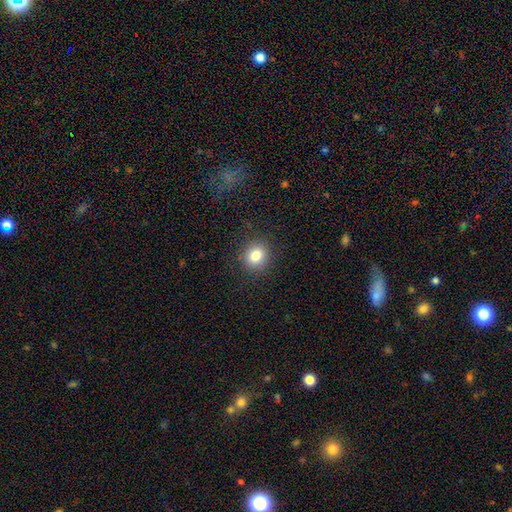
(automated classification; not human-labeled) This is clearly a smooth galaxy (82%). How rounded: likely round (80%). Merging: clearly none (89%).